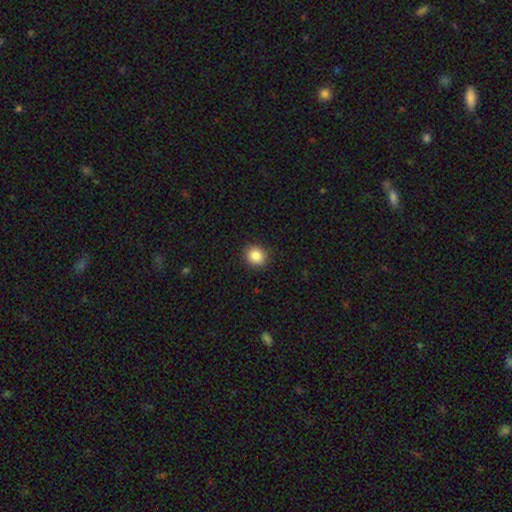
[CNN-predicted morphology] Q: Smooth or featured?
A: smooth (87%); runner-up: star or artifact (9%)
Q: How rounded?
A: round (79%); runner-up: in between (20%)
Q: Merging?
A: none (91%); runner-up: minor disturbance (6%)